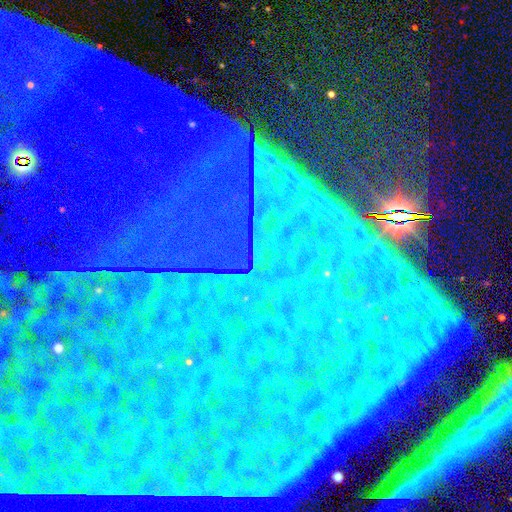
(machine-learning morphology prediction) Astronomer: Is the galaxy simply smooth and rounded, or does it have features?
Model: star or artifact — 85%.